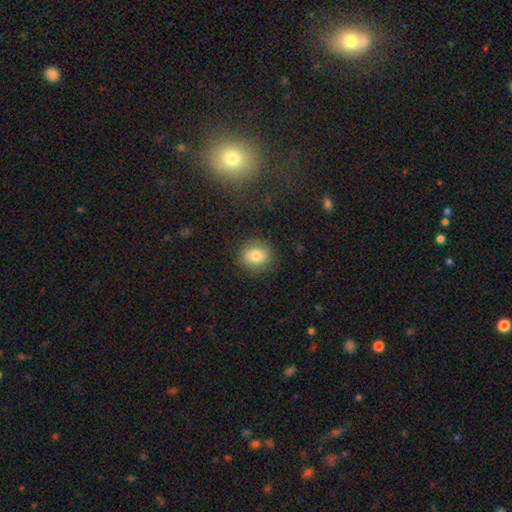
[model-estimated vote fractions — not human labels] The model was most divided on "smooth or featured": smooth: 79%, star or artifact: 11%, featured or disk: 11%. More confident: merging — none (86%); how rounded — round (84%).